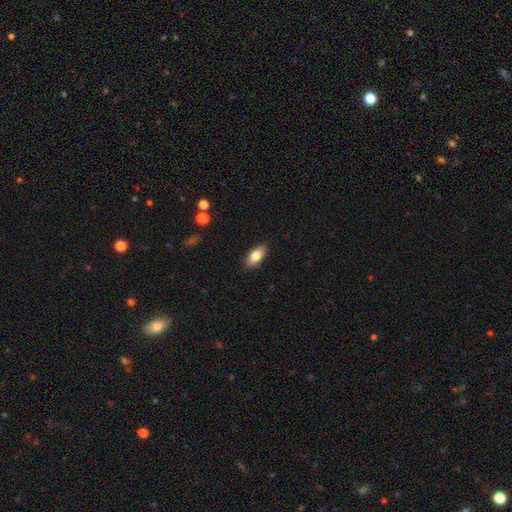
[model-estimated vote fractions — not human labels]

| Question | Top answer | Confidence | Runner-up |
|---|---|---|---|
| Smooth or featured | smooth | 80% | featured or disk (13%) |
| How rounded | in between | 88% | cigar-shaped (8%) |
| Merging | none | 87% | minor disturbance (10%) |